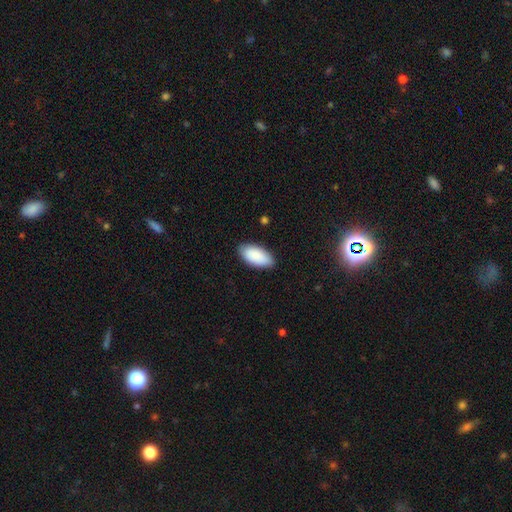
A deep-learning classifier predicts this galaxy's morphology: Overall: smooth (88%). How rounded: in between (95%). Merging: none (84%).